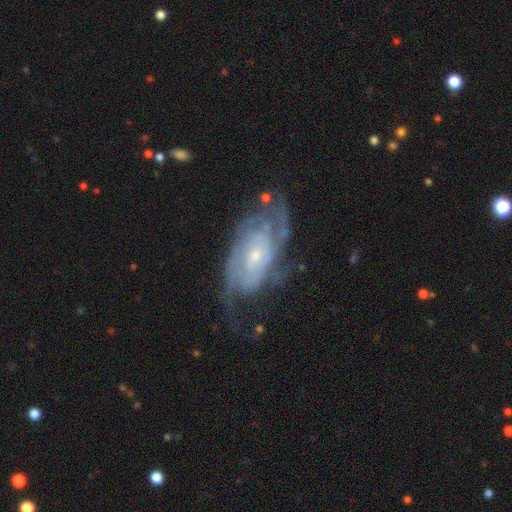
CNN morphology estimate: type=featured or disk (82%); edge-on=no (94%); bar=no (70%); spiral arms=yes (90%); winding=tight (60%); arm count=can't tell (44%); bulge=small (63%); merging=none (60%).